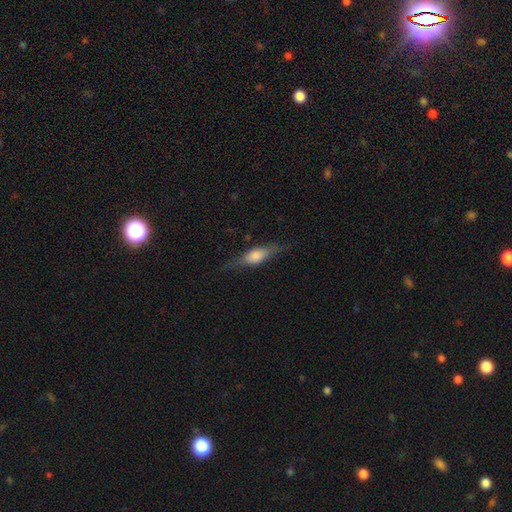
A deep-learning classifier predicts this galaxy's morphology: featured or disk 61%, smooth 31%, star or artifact 8%. Down the decision tree: edge-on disk — yes (95%); edge-on bulge — rounded (82%); merging — none (81%).